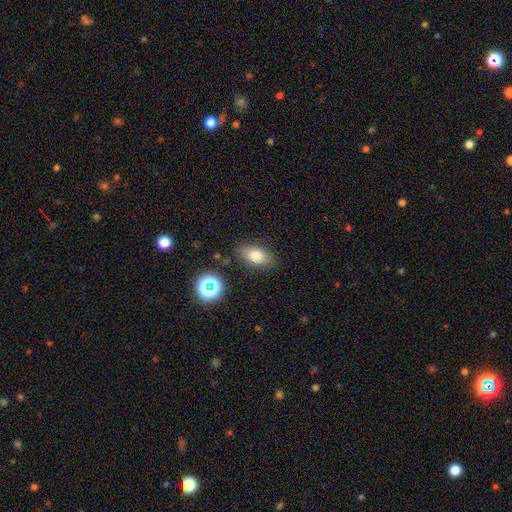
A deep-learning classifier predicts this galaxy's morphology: Smooth or featured: smooth — 76% (featured or disk — 12%)
How rounded: in between — 85% (round — 10%)
Merging: none — 82% (minor disturbance — 12%)